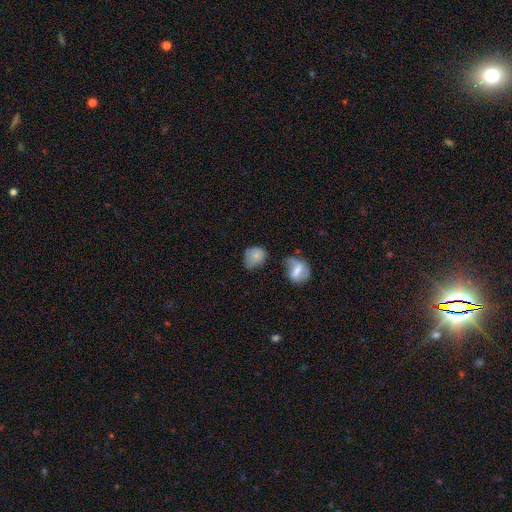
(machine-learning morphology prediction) This is likely a smooth galaxy (76%). How rounded: possibly round (52%). Merging: marginally none (40%).